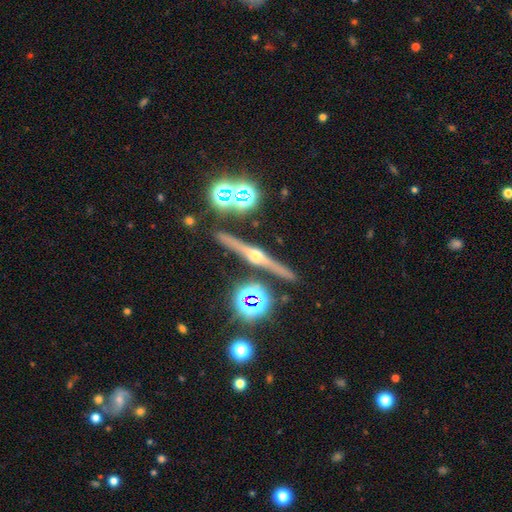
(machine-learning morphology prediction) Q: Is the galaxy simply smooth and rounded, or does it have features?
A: featured or disk — 80%.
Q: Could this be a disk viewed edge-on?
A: yes — 98%.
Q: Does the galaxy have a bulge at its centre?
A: rounded — 95%.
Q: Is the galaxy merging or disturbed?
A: none — 91%.